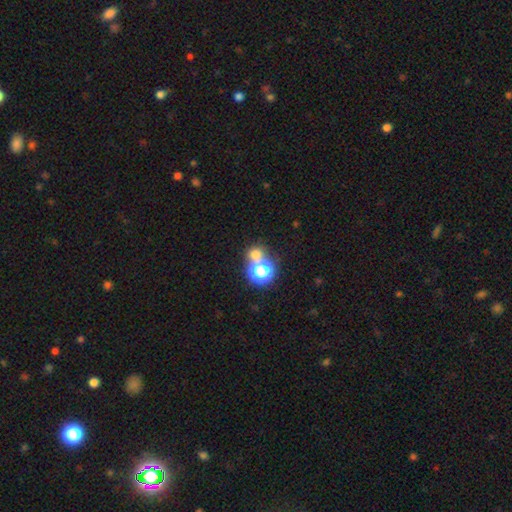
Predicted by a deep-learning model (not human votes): Overall: smooth (60%; star or artifact 31%). How rounded: round (79%). Merging: none (52%; merger 36%).